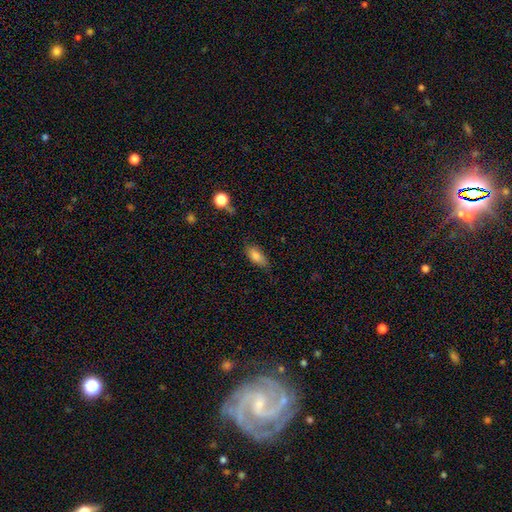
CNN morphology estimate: type=smooth (81%); roundness=in between (81%); merging=none (69%).